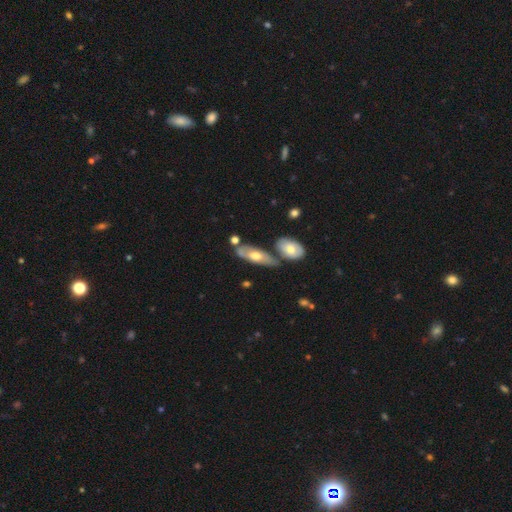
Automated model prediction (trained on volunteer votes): This appears to be a smooth galaxy with no disk features (47%, tied with featured or disk). Merging: none (53%).